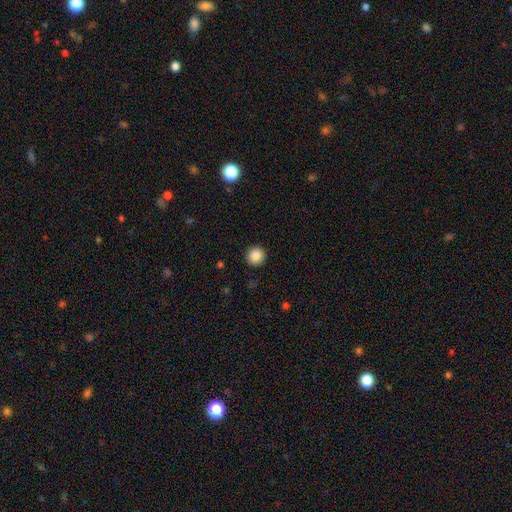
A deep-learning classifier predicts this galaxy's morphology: Smooth or featured?
  - smooth: 87% *
  - star or artifact: 9%
  - featured or disk: 3%
How rounded?
  - round: 95% *
  - in between: 4%
  - cigar-shaped: 1%
Merging?
  - none: 92% *
  - minor disturbance: 5%
  - major disturbance: 2%
  - merger: 1%